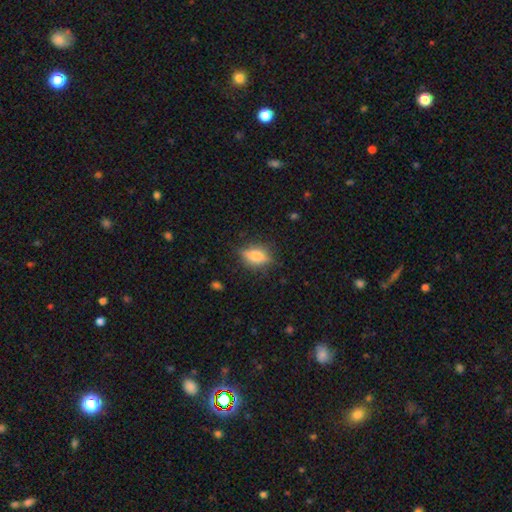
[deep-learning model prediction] This is possibly a smooth galaxy (50%). How rounded: likely in between (67%). Merging: likely none (79%).